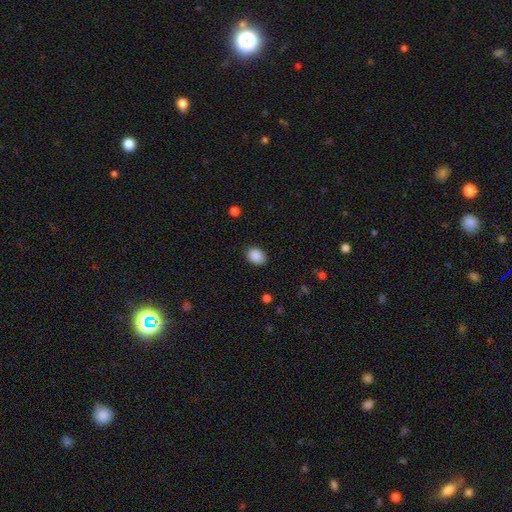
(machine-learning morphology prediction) Overall: smooth (89%). How rounded: in between (65%; round 34%). Merging: none (86%).